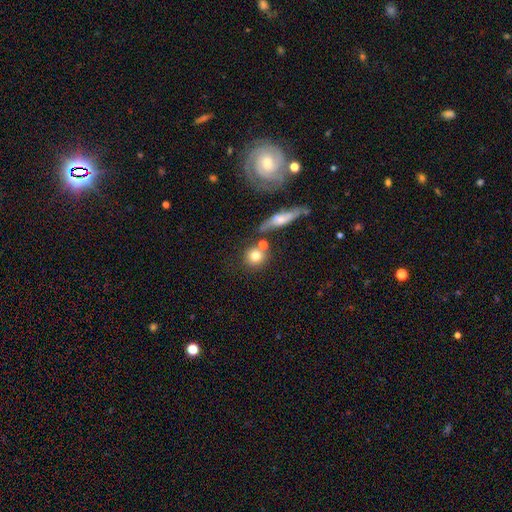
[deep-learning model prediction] This appears to be a smooth galaxy with no disk features (77%) that is round (87%). Merging: none (68%).